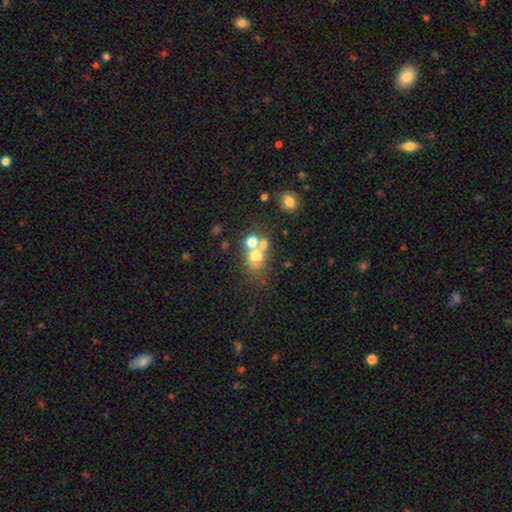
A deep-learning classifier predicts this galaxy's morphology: smooth_or_featured: smooth (p=0.65) [alt: featured or disk p=0.20]
how_rounded: round (p=0.67) [alt: in between p=0.31]
merging: merger (p=0.46) [alt: none p=0.40]